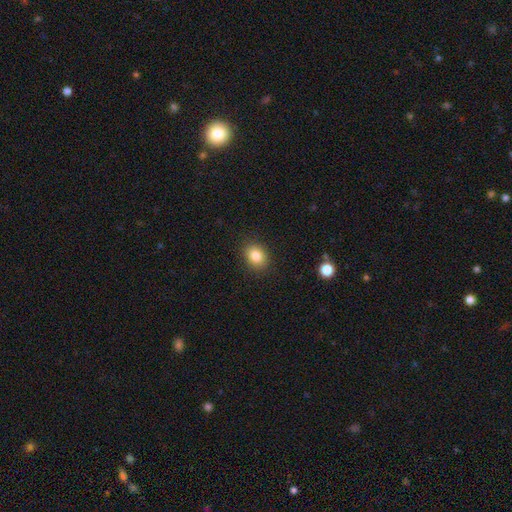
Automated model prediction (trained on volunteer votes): Smooth or featured: smooth — 83% (star or artifact — 10%)
How rounded: round — 50% (in between — 49%)
Merging: none — 88% (minor disturbance — 8%)